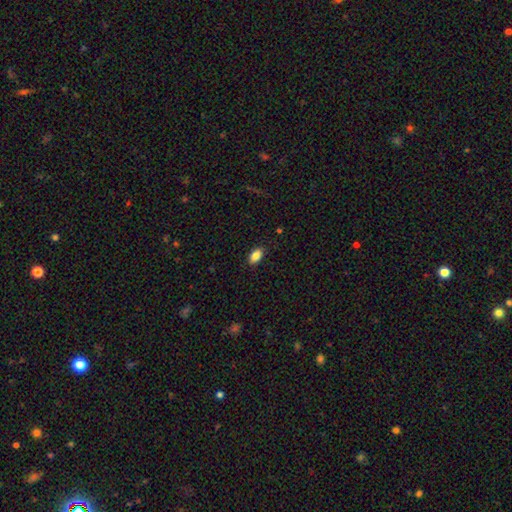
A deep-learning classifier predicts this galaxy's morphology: smooth-or-featured: smooth: 85% | star or artifact: 8% | featured or disk: 7%
  how-rounded: in between: 91% | round: 6% | cigar-shaped: 3%
  merging: none: 88% | minor disturbance: 9% | major disturbance: 2% | merger: 1%